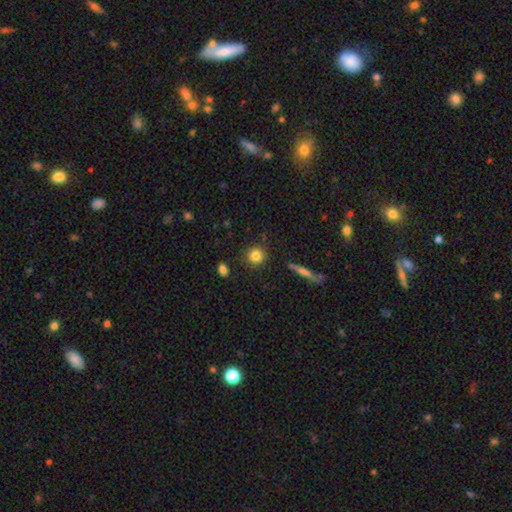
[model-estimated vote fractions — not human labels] Smooth or featured? Predicted: smooth (p=0.83). How rounded? Predicted: round (p=0.89). Merging? Predicted: none (p=0.84).